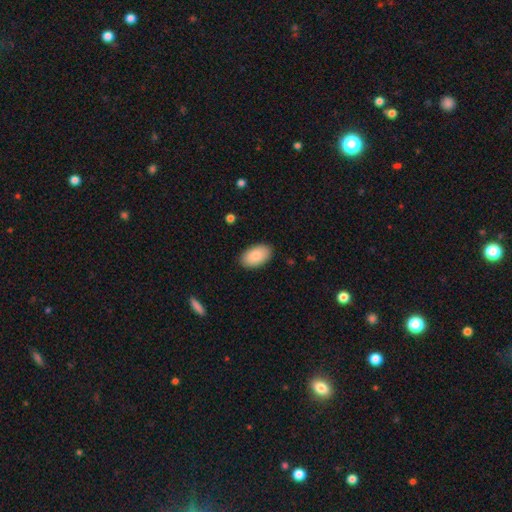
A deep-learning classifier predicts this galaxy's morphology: A smooth galaxy with no disk features (90%) that is in between round and cigar-shaped (95%).

Vote fractions:
- Smooth or featured? smooth: 90% / star or artifact: 6% / featured or disk: 4%
- How rounded? in between: 95% / round: 4% / cigar-shaped: 1%
- Merging? none: 88% / minor disturbance: 9% / major disturbance: 2% / merger: 1%